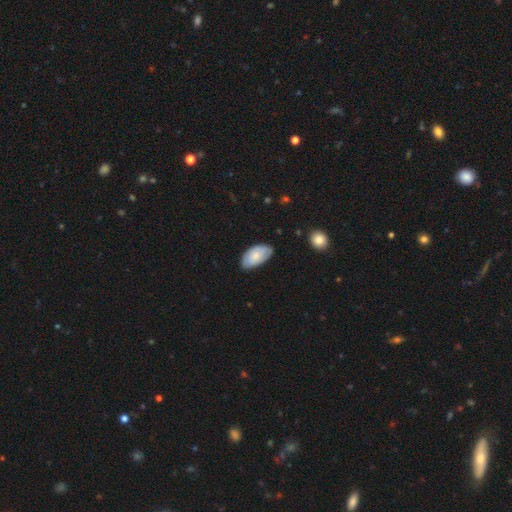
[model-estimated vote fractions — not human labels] Q: Smooth or featured?
A: smooth (71%); runner-up: featured or disk (23%)
Q: How rounded?
A: in between (95%); runner-up: round (3%)
Q: Merging?
A: none (71%); runner-up: minor disturbance (24%)